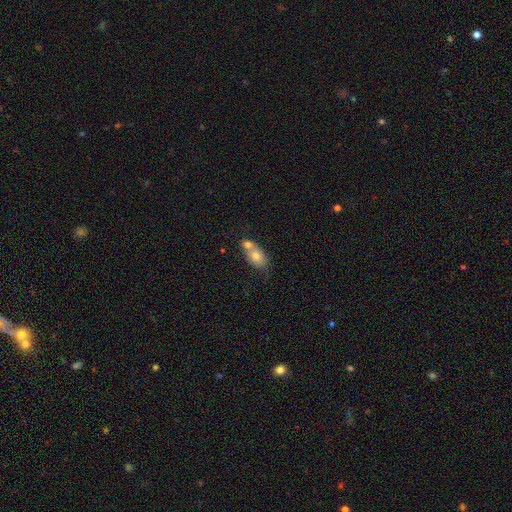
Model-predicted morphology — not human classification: Smooth or featured? smooth (71%)
How rounded? in between (76%)
Merging? merger (58%)